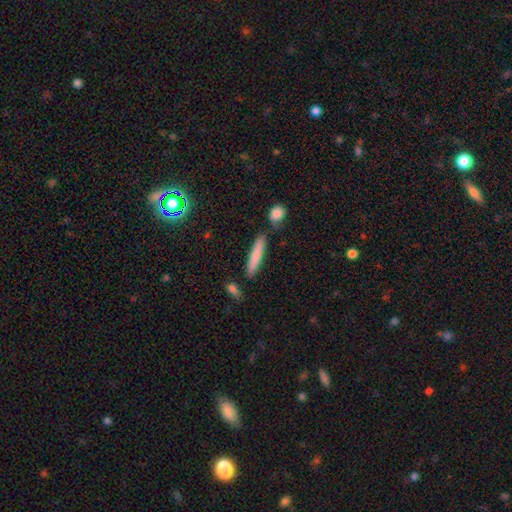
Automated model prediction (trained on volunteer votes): smooth 76%, featured or disk 17%, star or artifact 7%. Down the decision tree: how rounded — cigar-shaped (90%); merging — none (79%).